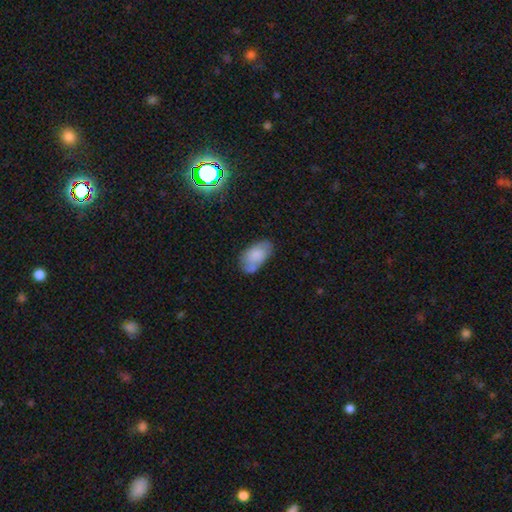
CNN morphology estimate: smooth-or-featured: smooth: 74% | featured or disk: 19% | star or artifact: 7%
  how-rounded: in between: 94% | round: 4% | cigar-shaped: 2%
  merging: none: 56% | minor disturbance: 25% | merger: 12% | major disturbance: 7%